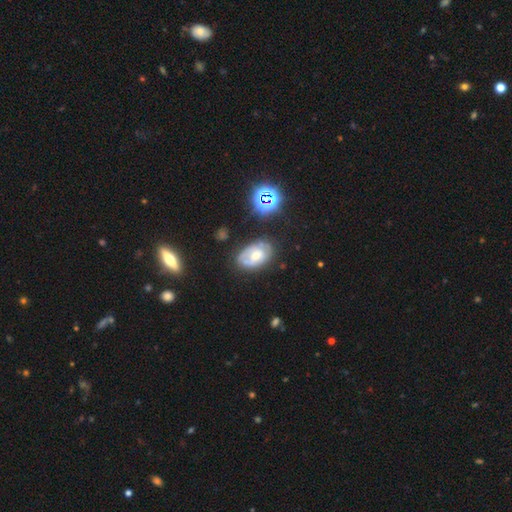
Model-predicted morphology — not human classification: smooth_or_featured: featured or disk (p=0.56) [alt: smooth p=0.31]
disk_edge_on: no (p=0.95) [alt: yes p=0.05]
bar: no (p=0.71) [alt: weak p=0.23]
has_spiral_arms: yes (p=0.54) [alt: no p=0.46]
bulge_size: moderate (p=0.55) [alt: small p=0.36]
merging: none (p=0.57) [alt: minor disturbance p=0.27]